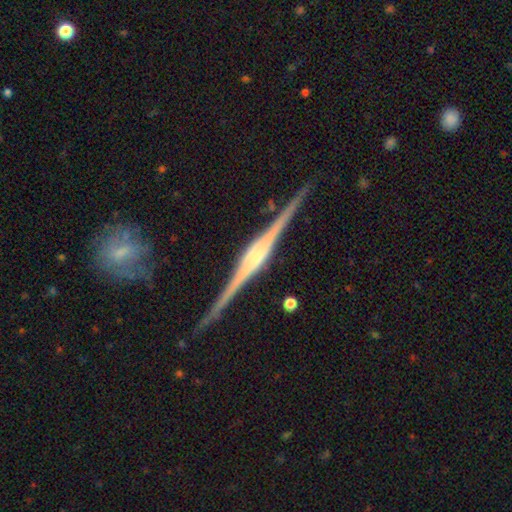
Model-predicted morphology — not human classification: The model was most divided on "edge-on bulge": rounded: 66%, boxy: 18%, none: 16%. More confident: edge-on disk — yes (97%); merging — none (84%); smooth or featured — featured or disk (82%).